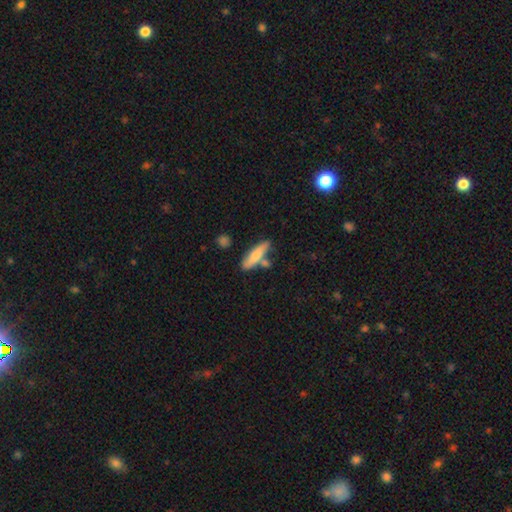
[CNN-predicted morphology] A smooth galaxy with no disk features (70%) that is cigar-shaped (64%). Merging: none (68%).